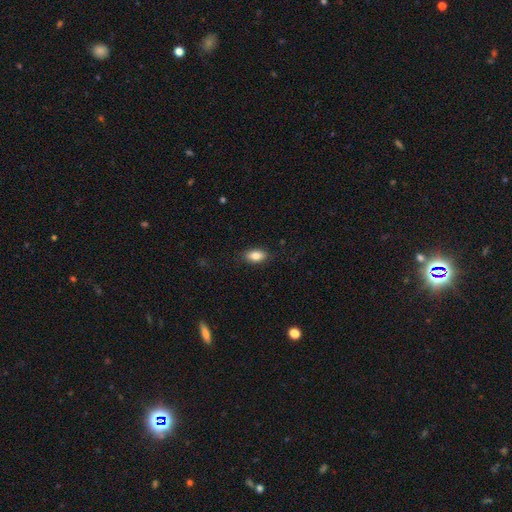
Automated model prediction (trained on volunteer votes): smooth-or-featured: smooth: 84% | featured or disk: 8% | star or artifact: 8%
  how-rounded: in between: 89% | round: 6% | cigar-shaped: 4%
  merging: none: 86% | minor disturbance: 10% | major disturbance: 3% | merger: 1%